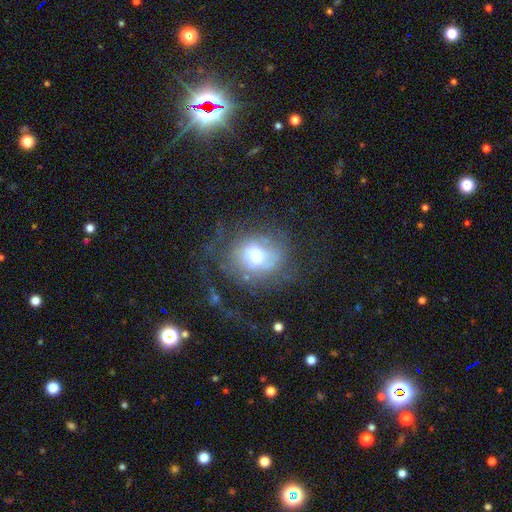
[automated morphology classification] A featured or disk galaxy (49%). Merging: none (43%).